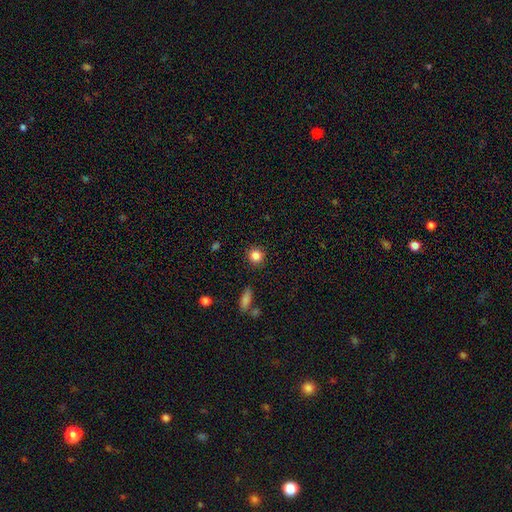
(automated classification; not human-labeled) Smooth or featured: smooth — 85% (star or artifact — 10%)
How rounded: round — 91% (in between — 8%)
Merging: none — 89% (minor disturbance — 7%)